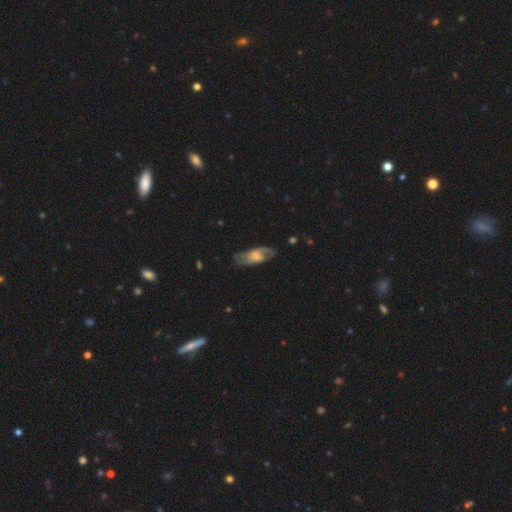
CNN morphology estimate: Smooth or featured?
  - featured or disk: 65% *
  - smooth: 29%
  - star or artifact: 6%
Edge-on disk?
  - no: 89% *
  - yes: 11%
Bar?
  - no: 48% *
  - weak: 43%
  - strong: 9%
Spiral arms?
  - yes: 86% *
  - no: 14%
Bulge size?
  - small: 48% *
  - moderate: 38%
  - none: 9%
  - large: 5%
  - dominant: 1%
Merging?
  - none: 69% *
  - minor disturbance: 21%
  - major disturbance: 9%
  - merger: 2%